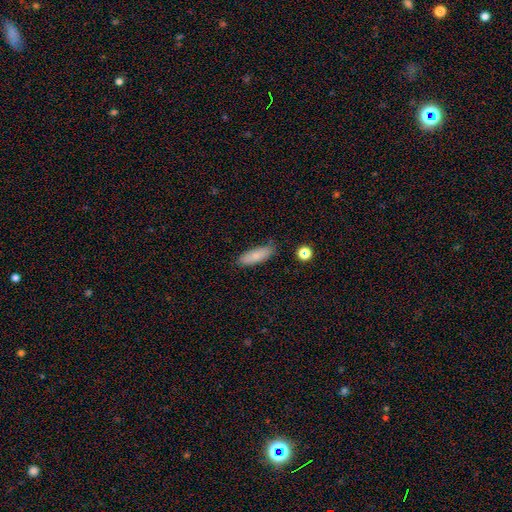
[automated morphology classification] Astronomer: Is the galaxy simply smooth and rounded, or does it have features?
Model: smooth — 79%.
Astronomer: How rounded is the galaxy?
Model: in between — 59% (runner-up: cigar-shaped, 39%).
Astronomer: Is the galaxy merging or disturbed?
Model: none — 81%.